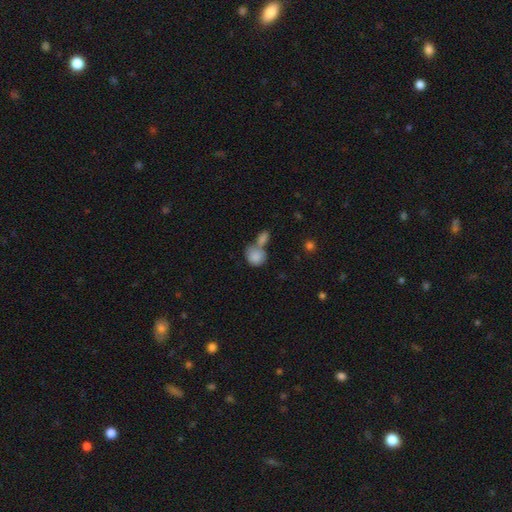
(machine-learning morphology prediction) type=smooth (85%); roundness=round (69%); merging=merger (54%).